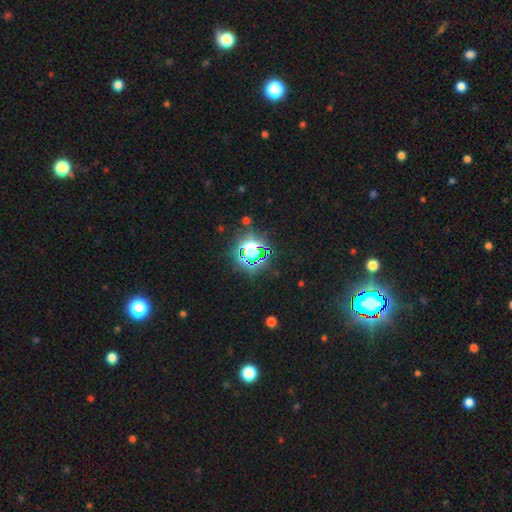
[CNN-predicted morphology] The model was most divided on "smooth or featured": star or artifact: 76%, smooth: 16%, featured or disk: 8%.